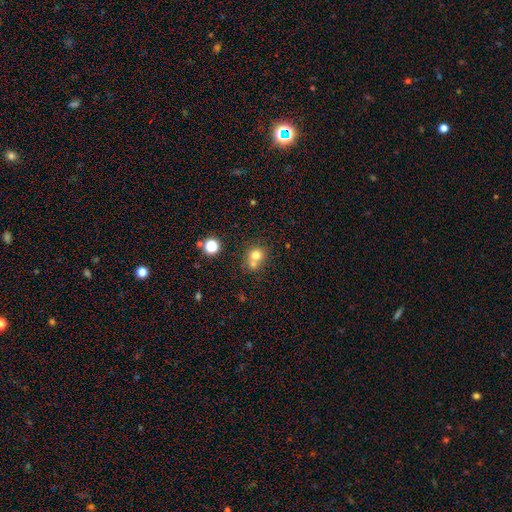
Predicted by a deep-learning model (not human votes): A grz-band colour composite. It shows a smooth galaxy with no disk features (73%) that is round (81%). Merging: none (45%).